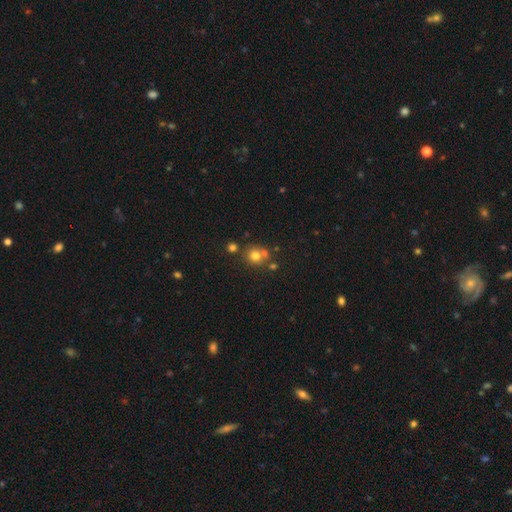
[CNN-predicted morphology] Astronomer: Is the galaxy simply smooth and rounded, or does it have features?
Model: smooth — 73%.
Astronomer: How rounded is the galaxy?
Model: round — 87%.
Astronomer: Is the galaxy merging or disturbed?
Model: none — 60%.